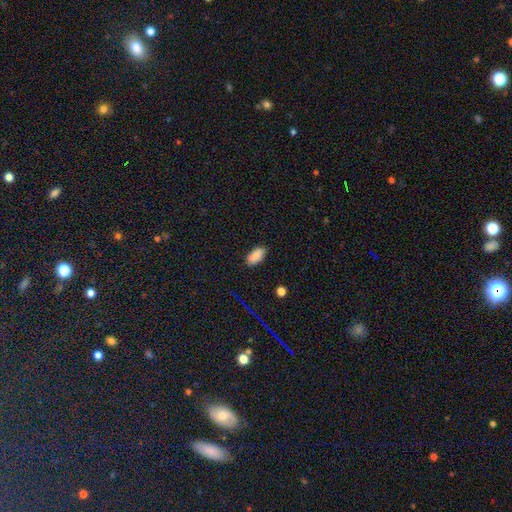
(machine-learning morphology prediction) The model was most divided on "merging": none: 84%, minor disturbance: 13%, major disturbance: 2%, merger: 1%. More confident: how rounded — in between (92%); smooth or featured — smooth (86%).